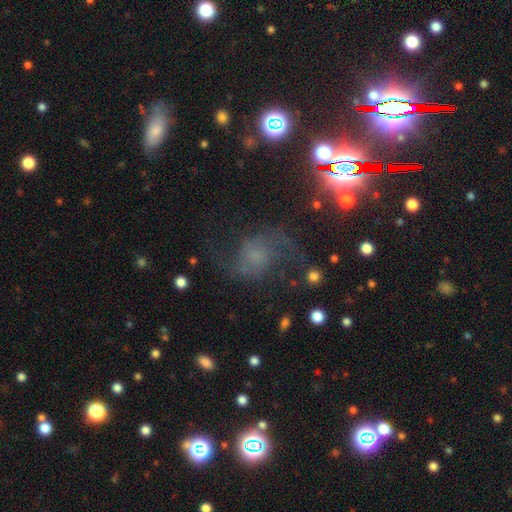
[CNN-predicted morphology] Smooth or featured? featured or disk (52%)
Edge-on disk? no (96%)
Merging? none (59%)